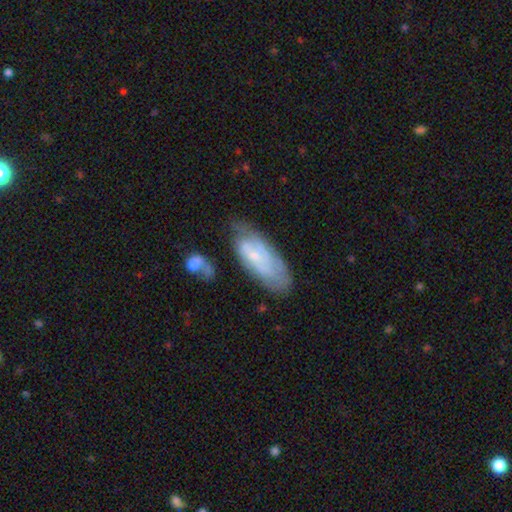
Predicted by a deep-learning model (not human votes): Smooth or featured: featured or disk — 60% (smooth — 33%)
Edge-on disk: no — 88% (yes — 12%)
Bar: no — 57% (weak — 35%)
Spiral arms: yes — 76% (no — 24%)
Bulge size: small — 71% (moderate — 21%)
Merging: none — 58% (minor disturbance — 26%)